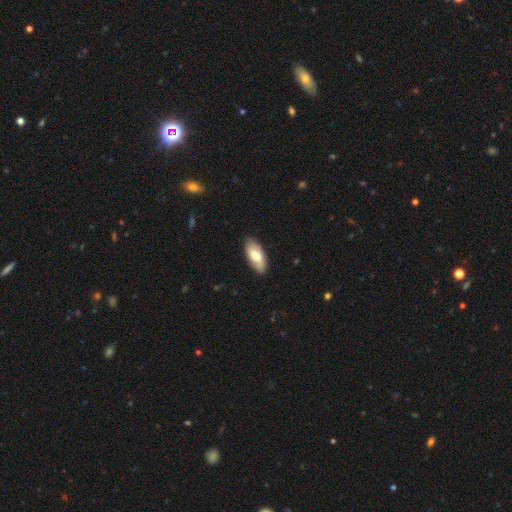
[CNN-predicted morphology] Q: Smooth or featured?
A: smooth (66%); runner-up: featured or disk (28%)
Q: How rounded?
A: in between (89%); runner-up: cigar-shaped (9%)
Q: Merging?
A: none (87%); runner-up: minor disturbance (10%)